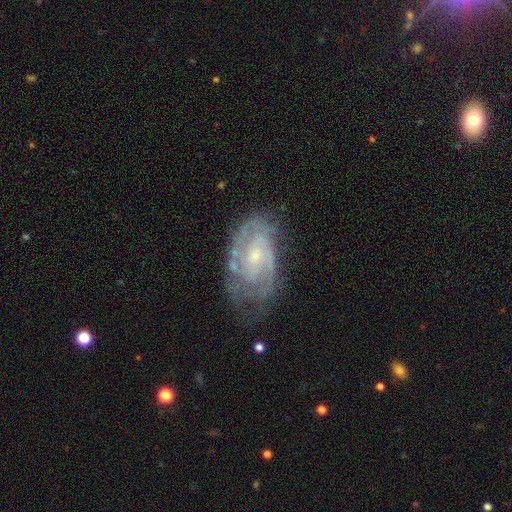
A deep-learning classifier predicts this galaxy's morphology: A featured or disk galaxy (84%) with no bar (61%), 2 (44%) tight (59%) spiral arms (94%) and a small central bulge (69%).

Vote fractions:
- Smooth or featured? featured or disk: 84% / smooth: 10% / star or artifact: 6%
- Edge-on disk? no: 96% / yes: 4%
- Bar? no: 61% / weak: 33% / strong: 6%
- Spiral arms? yes: 94% / no: 6%
- Spiral winding? tight: 59% / medium: 34% / loose: 7%
- Spiral arm count? 2: 44% / can't tell: 27% / 3: 16% / 4: 5% / 1: 4% / more than 4: 3%
- Bulge size? small: 69% / moderate: 25% / none: 4% / large: 1% / dominant: 1%
- Merging? none: 63% / minor disturbance: 24% / major disturbance: 11% / merger: 2%